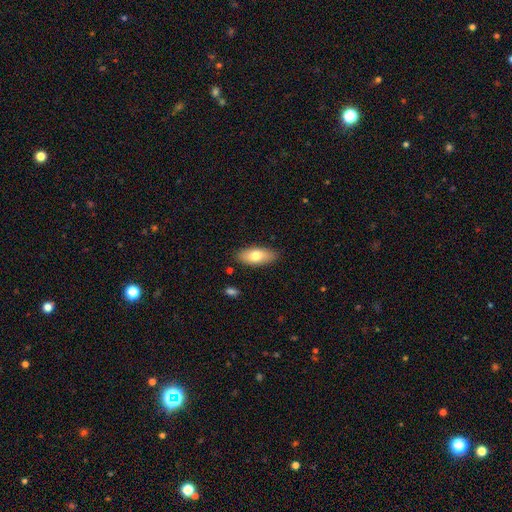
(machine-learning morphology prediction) smooth-or-featured: smooth: 76% | featured or disk: 17% | star or artifact: 6%
  how-rounded: in between: 85% | cigar-shaped: 12% | round: 2%
  merging: none: 86% | minor disturbance: 10% | major disturbance: 2% | merger: 1%